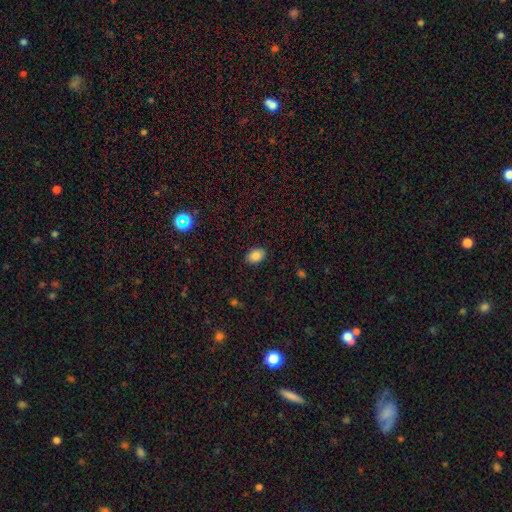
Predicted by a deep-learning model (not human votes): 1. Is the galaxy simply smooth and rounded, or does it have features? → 85% smooth, 9% star or artifact, 5% featured or disk.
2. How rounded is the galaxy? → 79% in between, 19% round, 1% cigar-shaped.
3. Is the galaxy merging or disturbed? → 87% none, 10% minor disturbance, 2% major disturbance, 1% merger.